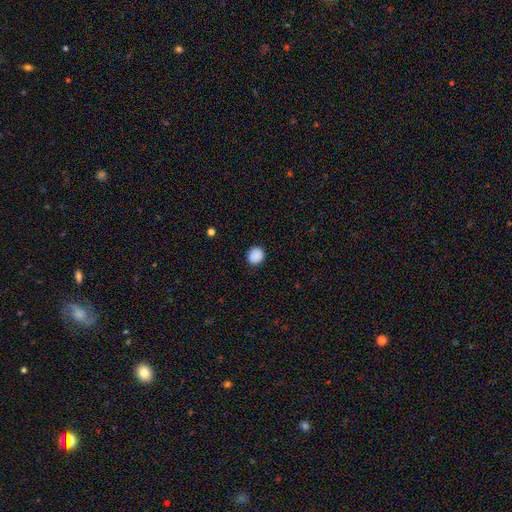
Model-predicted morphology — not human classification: Smooth or featured? Predicted: smooth (p=0.89). How rounded? Predicted: round (p=0.83). Merging? Predicted: none (p=0.90).